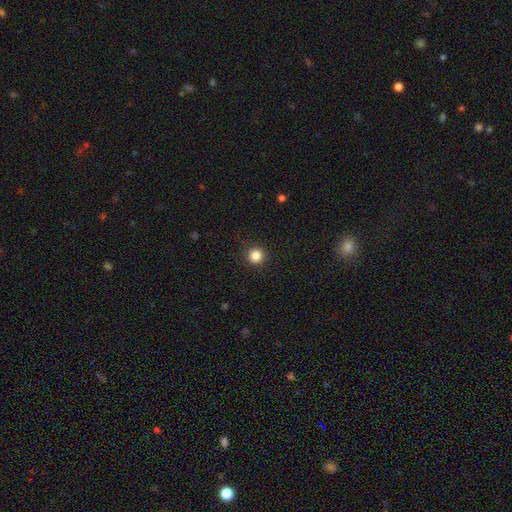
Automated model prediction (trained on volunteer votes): Smooth or featured: smooth — 85% (star or artifact — 11%)
How rounded: round — 95% (in between — 4%)
Merging: none — 92% (minor disturbance — 5%)